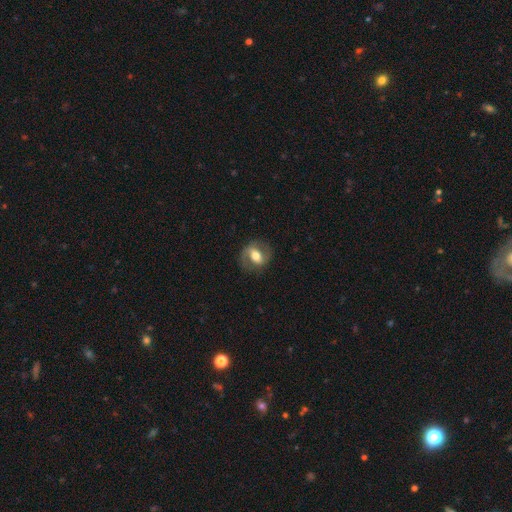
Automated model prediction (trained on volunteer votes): Smooth or featured? Predicted: featured or disk (p=0.59). Edge-on disk? Predicted: no (p=0.94). Bar? Predicted: weak (p=0.39). Spiral arms? Predicted: yes (p=0.72). Bulge size? Predicted: moderate (p=0.63). Merging? Predicted: none (p=0.77).